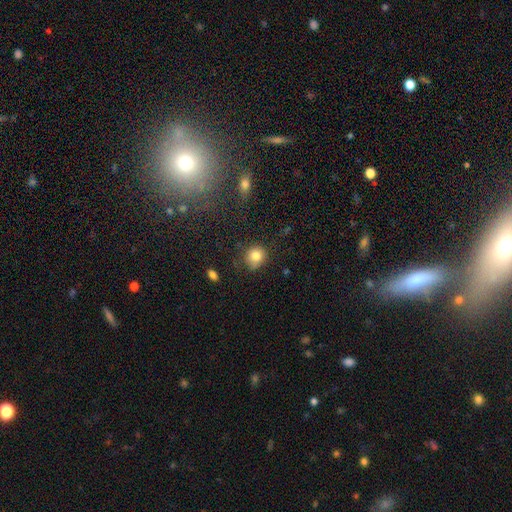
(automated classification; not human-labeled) smooth_or_featured: smooth (p=0.83) [alt: star or artifact p=0.10]
how_rounded: round (p=0.79) [alt: in between p=0.20]
merging: none (p=0.69) [alt: minor disturbance p=0.22]